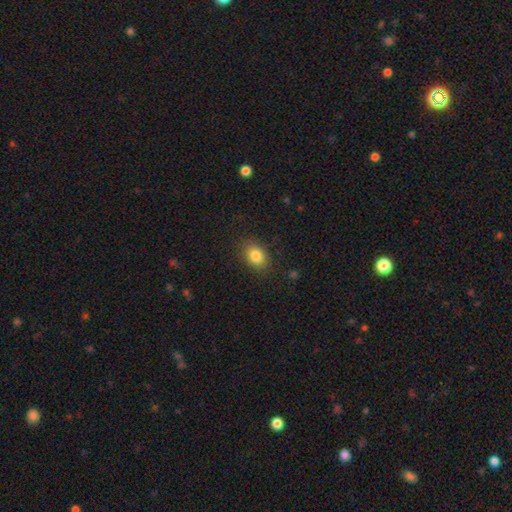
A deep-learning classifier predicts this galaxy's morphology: type=smooth (84%); roundness=in between (71%); merging=none (86%).